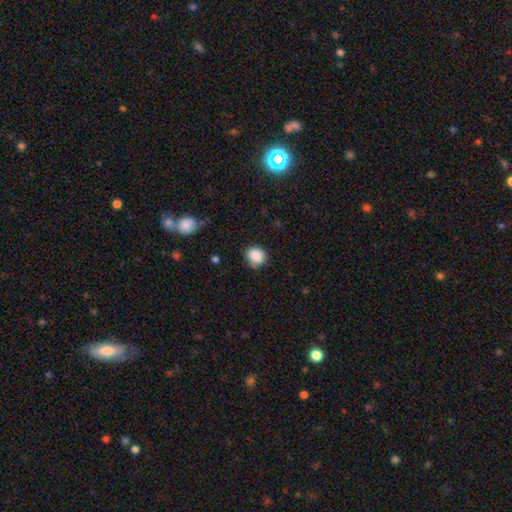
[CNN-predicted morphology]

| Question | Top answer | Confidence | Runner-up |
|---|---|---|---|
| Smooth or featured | smooth | 87% | star or artifact (9%) |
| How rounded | round | 71% | in between (28%) |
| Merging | none | 73% | minor disturbance (21%) |